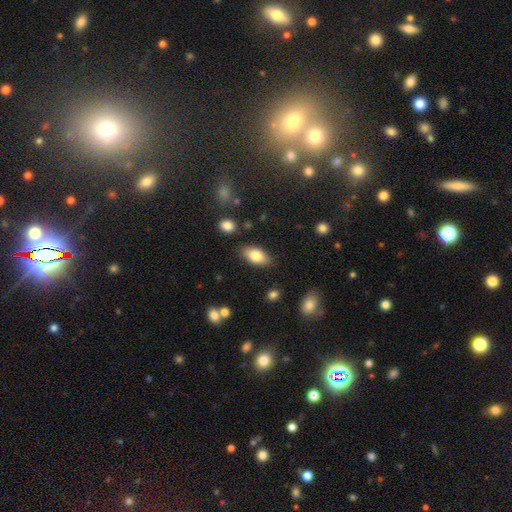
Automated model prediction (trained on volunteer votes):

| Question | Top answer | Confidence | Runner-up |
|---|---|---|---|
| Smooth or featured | smooth | 81% | featured or disk (12%) |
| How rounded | in between | 92% | round (4%) |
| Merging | none | 83% | minor disturbance (12%) |